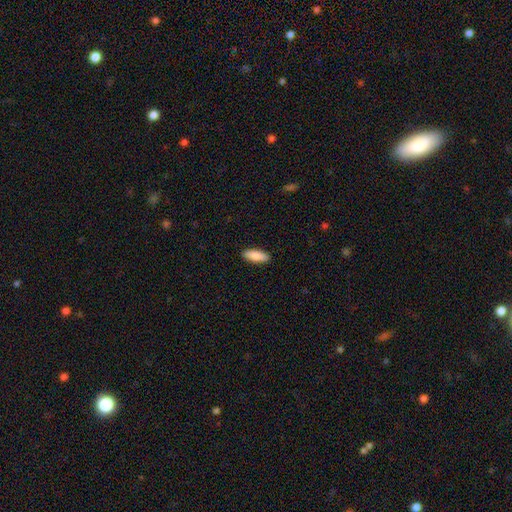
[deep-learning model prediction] Q: Smooth or featured?
A: smooth (88%); runner-up: featured or disk (6%)
Q: How rounded?
A: in between (66%); runner-up: cigar-shaped (32%)
Q: Merging?
A: none (91%); runner-up: minor disturbance (7%)